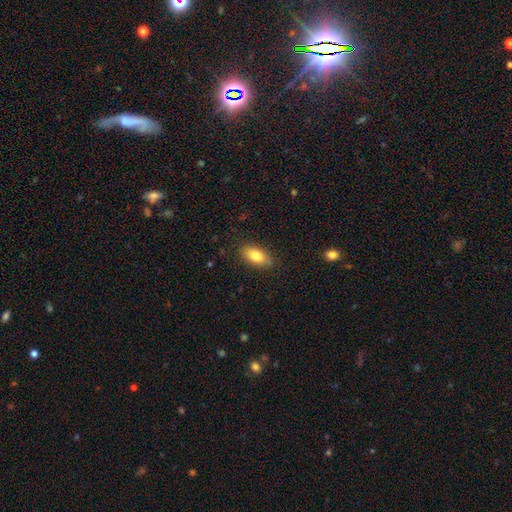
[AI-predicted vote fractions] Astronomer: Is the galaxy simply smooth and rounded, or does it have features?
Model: smooth — 81%.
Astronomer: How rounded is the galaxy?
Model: in between — 90%.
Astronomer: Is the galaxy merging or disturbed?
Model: none — 83%.